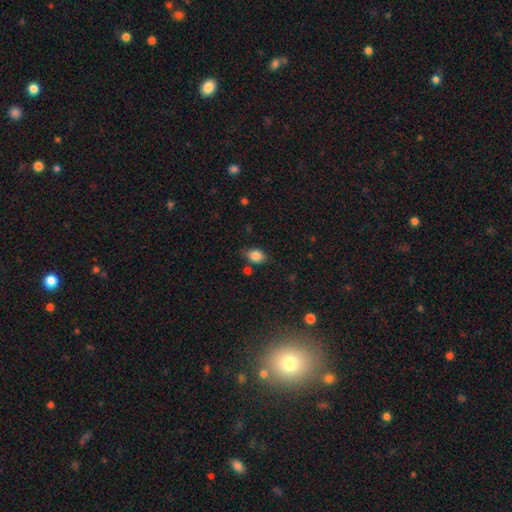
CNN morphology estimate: This appears to be a smooth galaxy with no disk features (84%) that is in between round and cigar-shaped (76%). Merging: none (74%).